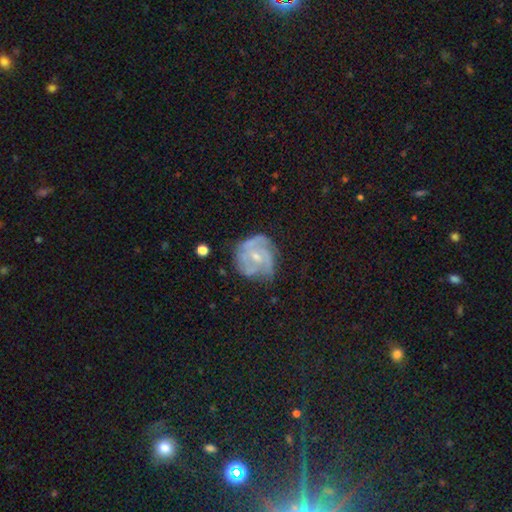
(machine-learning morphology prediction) This is likely a featured or disk galaxy (79%). It is clearly not viewed edge-on (98%). Bar: possibly no (57%). Spiral arm pattern: clearly yes (89%). Spiral arm count: marginally 3 (35%). Spiral winding: possibly tight (47%). Central bulge: possibly small (59%). Merging: likely none (63%).